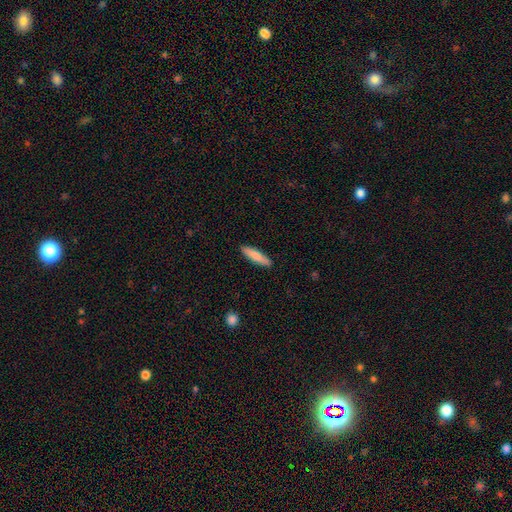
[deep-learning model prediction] Smooth or featured: smooth — 80% (featured or disk — 14%)
How rounded: cigar-shaped — 79% (in between — 19%)
Merging: none — 90% (minor disturbance — 8%)